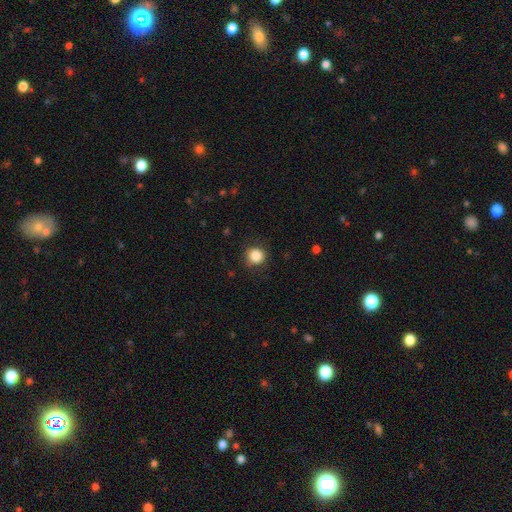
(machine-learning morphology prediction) Smooth or featured?
  - smooth: 85% *
  - star or artifact: 10%
  - featured or disk: 4%
How rounded?
  - round: 89% *
  - in between: 10%
  - cigar-shaped: 1%
Merging?
  - none: 84% *
  - minor disturbance: 11%
  - major disturbance: 3%
  - merger: 1%